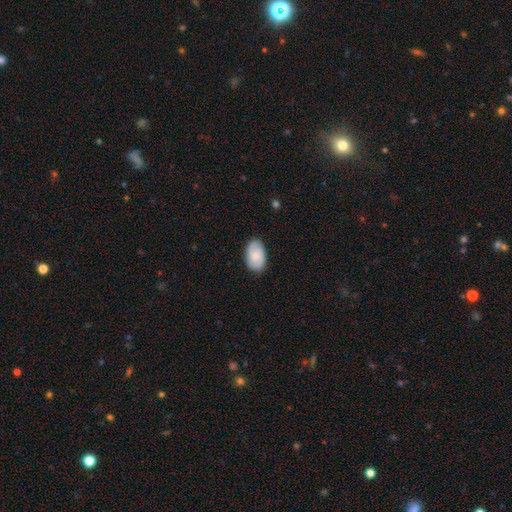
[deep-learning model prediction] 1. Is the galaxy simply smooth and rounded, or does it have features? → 66% smooth, 27% featured or disk, 7% star or artifact.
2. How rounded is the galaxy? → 93% in between, 6% round, 1% cigar-shaped.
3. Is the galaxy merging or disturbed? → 82% none, 14% minor disturbance, 3% major disturbance, 1% merger.